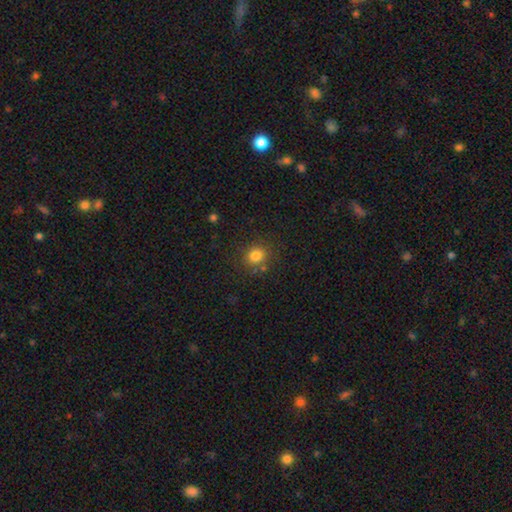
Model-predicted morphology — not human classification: type=smooth (81%); roundness=round (75%); merging=none (79%).